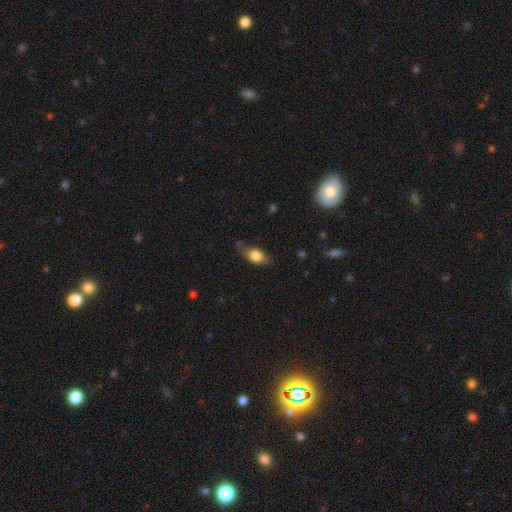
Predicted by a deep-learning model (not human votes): A smooth galaxy with no disk features (73%) that is in between round and cigar-shaped (80%).

Vote fractions:
- Smooth or featured? smooth: 73% / featured or disk: 19% / star or artifact: 7%
- How rounded? in between: 80% / cigar-shaped: 11% / round: 9%
- Merging? none: 65% / minor disturbance: 25% / major disturbance: 6% / merger: 3%